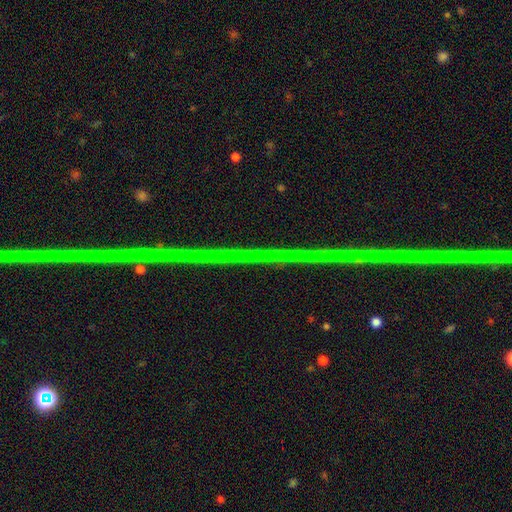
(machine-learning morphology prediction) Q: Smooth or featured?
A: star or artifact (84%); runner-up: featured or disk (12%)